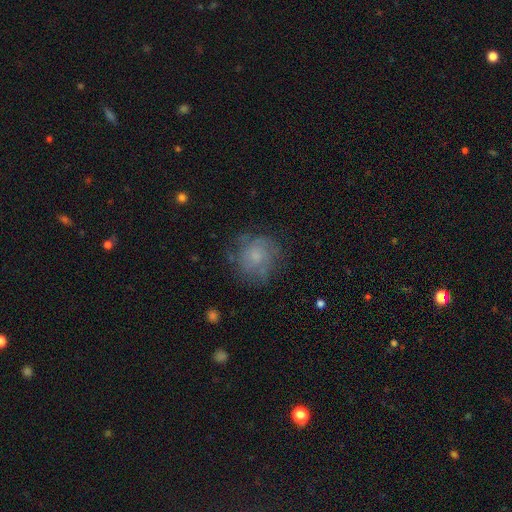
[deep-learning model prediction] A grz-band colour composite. It shows a smooth galaxy with no disk features (52%) that is round (79%). Merging: none (63%).